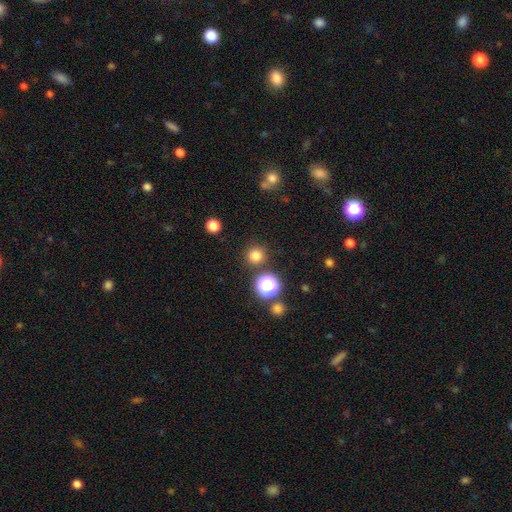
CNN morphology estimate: Smooth or featured? smooth (78%)
How rounded? round (95%)
Merging? none (87%)